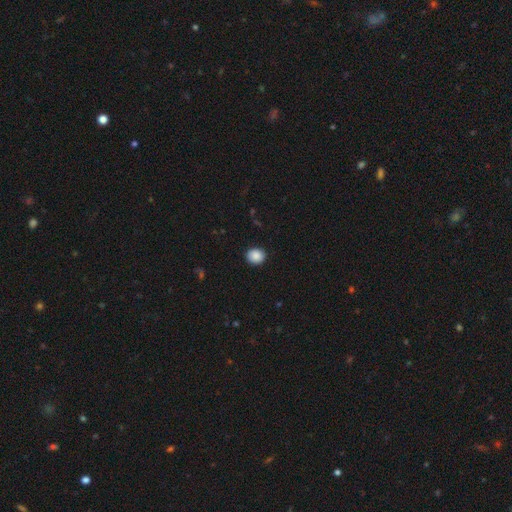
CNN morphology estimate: Smooth or featured? smooth (89%)
How rounded? round (71%)
Merging? none (90%)